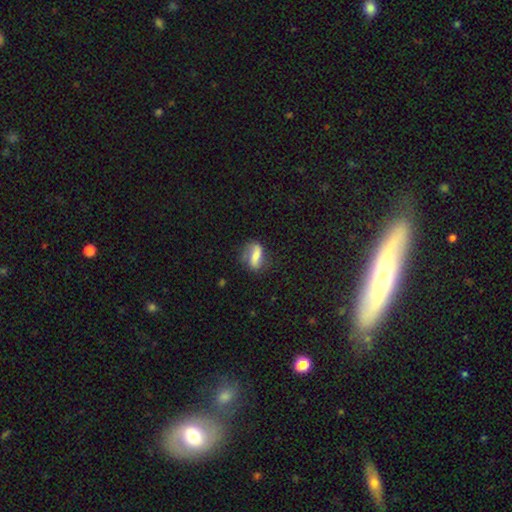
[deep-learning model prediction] Smooth or featured? Predicted: smooth (p=0.50). How rounded? Predicted: in between (p=0.68). Merging? Predicted: none (p=0.62).